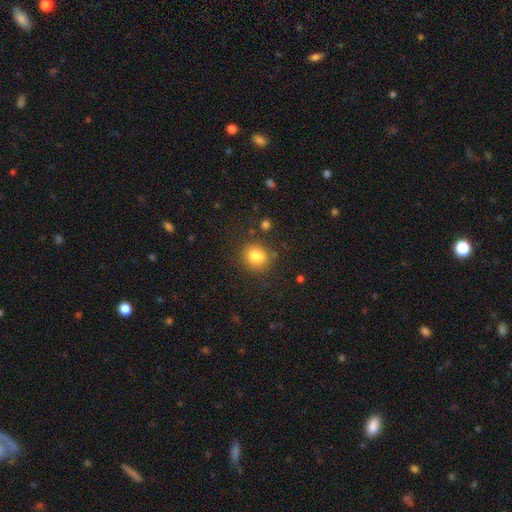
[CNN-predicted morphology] Overall: smooth (83%). How rounded: round (75%). Merging: none (81%).